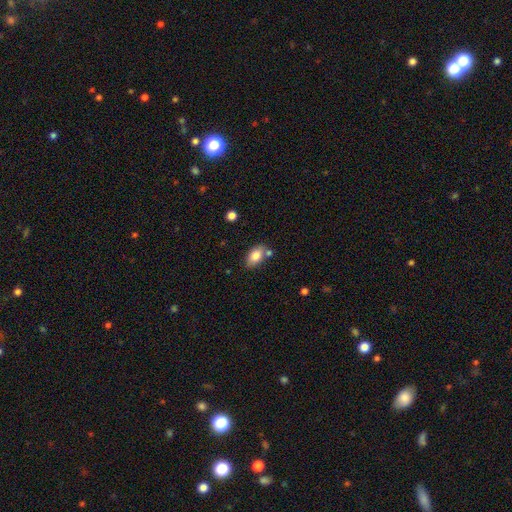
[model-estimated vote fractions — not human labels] Smooth or featured?
  - smooth: 82% *
  - featured or disk: 11%
  - star or artifact: 8%
How rounded?
  - in between: 89% *
  - round: 9%
  - cigar-shaped: 2%
Merging?
  - none: 69% *
  - minor disturbance: 15%
  - merger: 13%
  - major disturbance: 3%